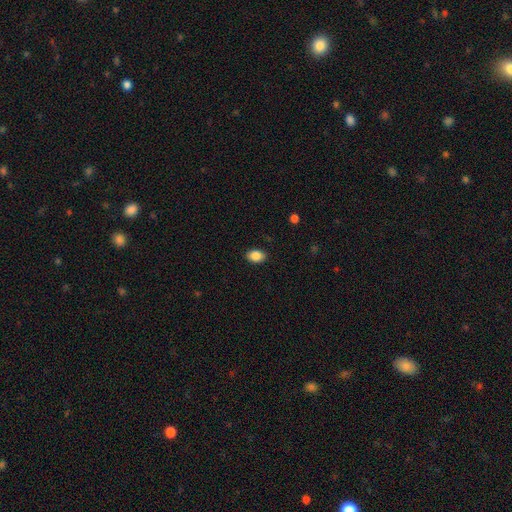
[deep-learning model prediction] smooth-or-featured: smooth: 87% | star or artifact: 8% | featured or disk: 5%
  how-rounded: in between: 81% | round: 17% | cigar-shaped: 1%
  merging: none: 89% | minor disturbance: 8% | major disturbance: 2% | merger: 1%